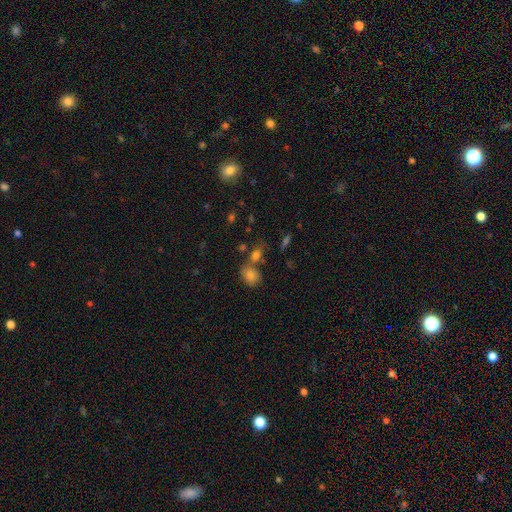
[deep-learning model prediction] Q: Smooth or featured?
A: smooth (71%); runner-up: star or artifact (17%)
Q: How rounded?
A: in between (59%); runner-up: round (37%)
Q: Merging?
A: none (54%); runner-up: merger (29%)